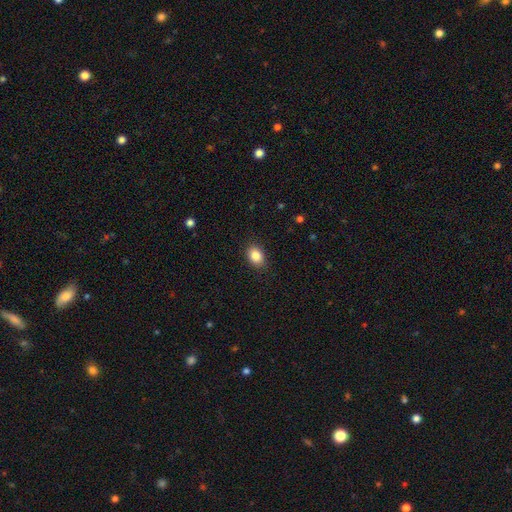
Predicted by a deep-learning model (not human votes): Smooth or featured? smooth (86%)
How rounded? in between (70%)
Merging? none (88%)